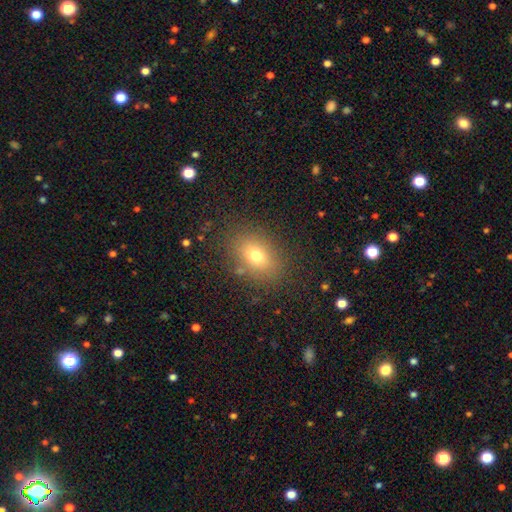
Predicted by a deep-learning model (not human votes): A smooth galaxy with no disk features (73%) that is in between round and cigar-shaped (73%).

Vote fractions:
- Smooth or featured? smooth: 73% / featured or disk: 14% / star or artifact: 13%
- How rounded? in between: 73% / round: 26% / cigar-shaped: 2%
- Merging? none: 82% / minor disturbance: 11% / major disturbance: 5% / merger: 2%